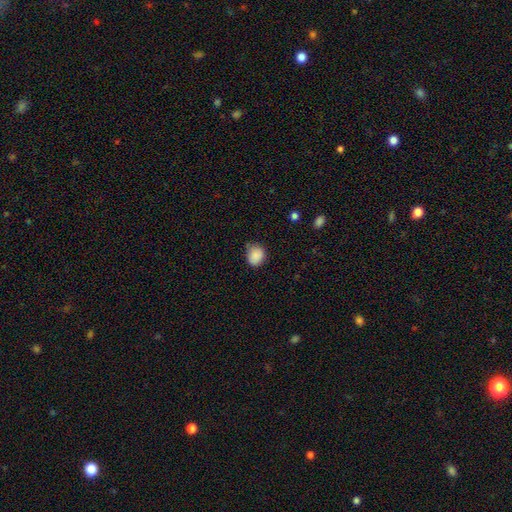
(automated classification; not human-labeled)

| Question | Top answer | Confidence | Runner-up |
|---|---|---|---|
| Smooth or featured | smooth | 87% | star or artifact (9%) |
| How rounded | round | 66% | in between (33%) |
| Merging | none | 71% | minor disturbance (22%) |